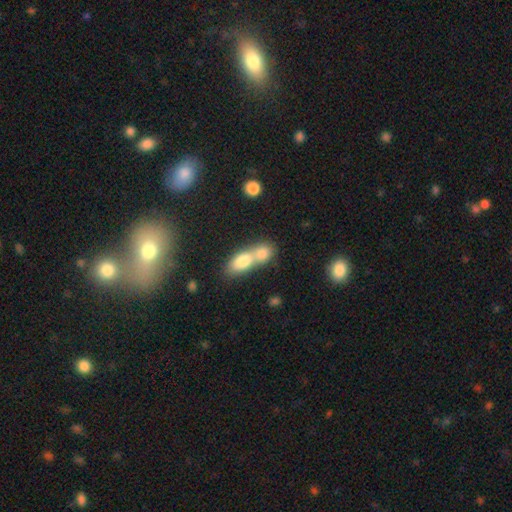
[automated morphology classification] smooth-or-featured: smooth: 73% | featured or disk: 17% | star or artifact: 10%
  how-rounded: in between: 70% | round: 19% | cigar-shaped: 11%
  merging: merger: 70% | none: 21% | minor disturbance: 6% | major disturbance: 3%